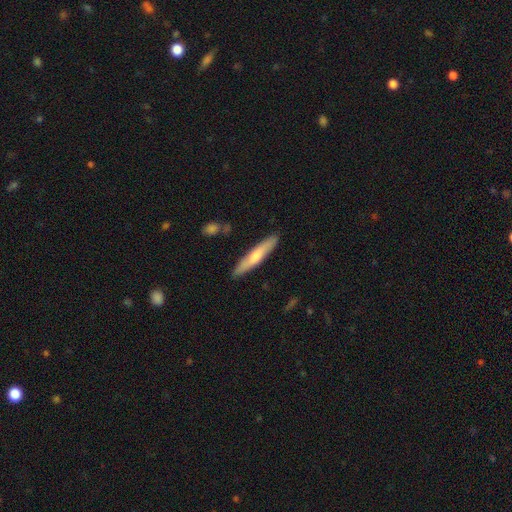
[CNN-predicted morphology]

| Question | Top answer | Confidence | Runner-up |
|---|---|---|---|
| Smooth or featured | smooth | 59% | featured or disk (35%) |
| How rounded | cigar-shaped | 91% | in between (8%) |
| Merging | none | 88% | minor disturbance (9%) |